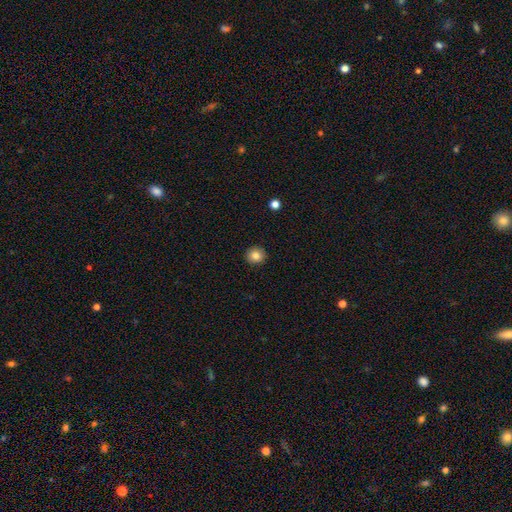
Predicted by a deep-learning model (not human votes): A smooth galaxy with no disk features (83%) that is round (90%).

Vote fractions:
- Smooth or featured? smooth: 83% / star or artifact: 10% / featured or disk: 7%
- How rounded? round: 90% / in between: 9% / cigar-shaped: 1%
- Merging? none: 92% / minor disturbance: 6% / major disturbance: 2% / merger: 1%